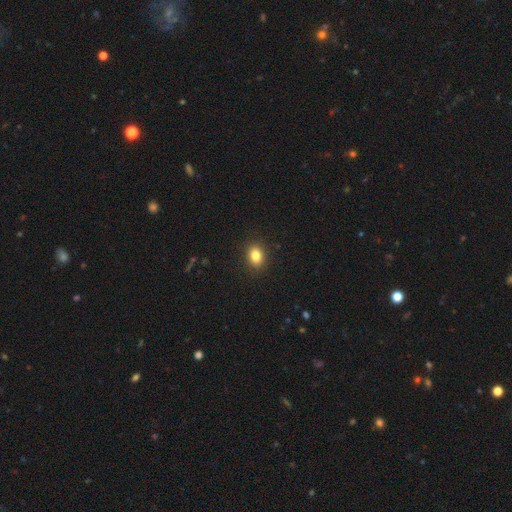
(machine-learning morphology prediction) Smooth or featured: smooth — 84% (star or artifact — 10%)
How rounded: in between — 65% (round — 34%)
Merging: none — 90% (minor disturbance — 7%)